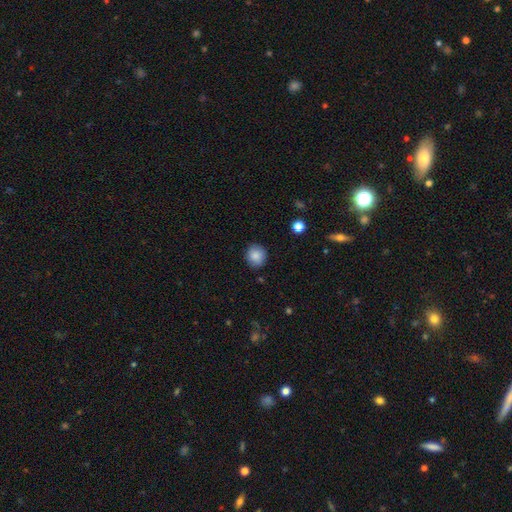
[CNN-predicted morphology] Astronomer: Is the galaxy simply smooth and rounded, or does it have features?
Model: smooth — 86%.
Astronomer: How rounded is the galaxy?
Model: round — 84%.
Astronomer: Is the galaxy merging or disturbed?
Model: none — 87%.